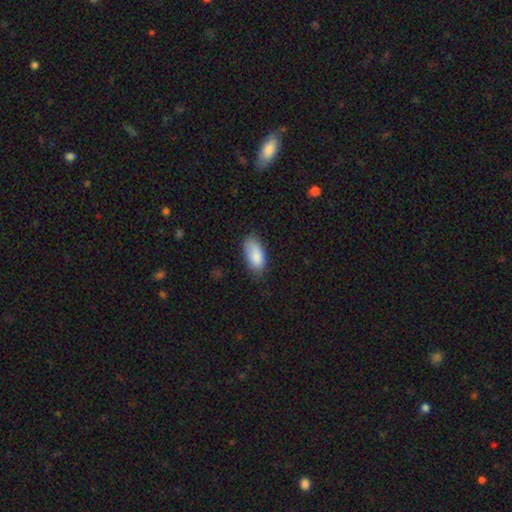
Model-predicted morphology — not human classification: Smooth or featured: smooth — 87% (featured or disk — 6%)
How rounded: in between — 92% (cigar-shaped — 5%)
Merging: none — 74% (minor disturbance — 21%)